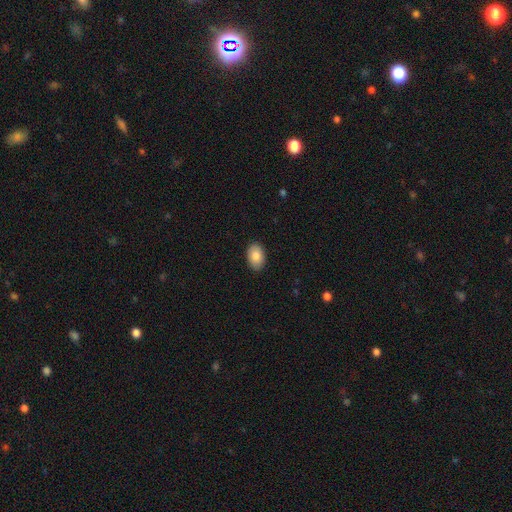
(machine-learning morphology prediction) Smooth or featured? Predicted: smooth (p=0.85). How rounded? Predicted: in between (p=0.88). Merging? Predicted: none (p=0.89).